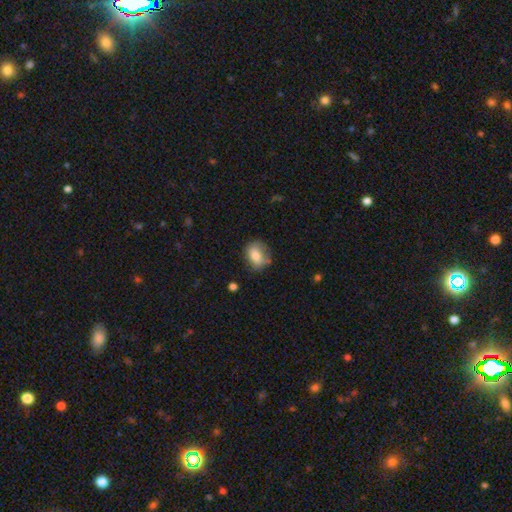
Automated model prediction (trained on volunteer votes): Smooth or featured? smooth (75%)
How rounded? in between (60%)
Merging? none (63%)